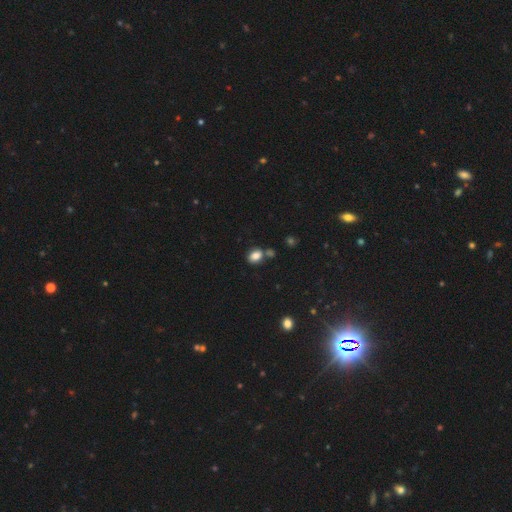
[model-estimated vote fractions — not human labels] A smooth galaxy with no disk features (83%) that is in between round and cigar-shaped (61%).

Vote fractions:
- Smooth or featured? smooth: 83% / star or artifact: 11% / featured or disk: 7%
- How rounded? in between: 61% / round: 37% / cigar-shaped: 1%
- Merging? none: 64% / merger: 18% / minor disturbance: 14% / major disturbance: 4%